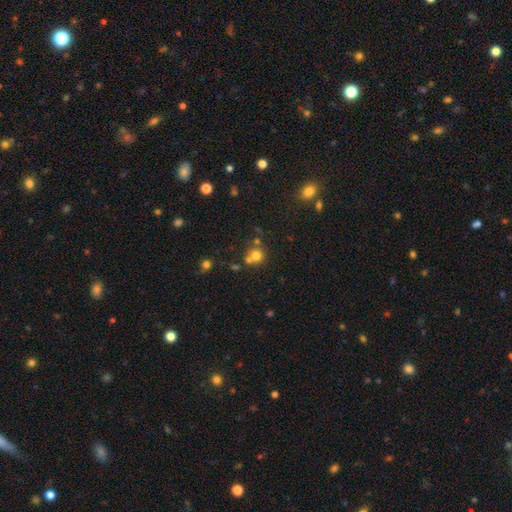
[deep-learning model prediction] A smooth galaxy with no disk features (72%) that is round (89%).

Vote fractions:
- Smooth or featured? smooth: 72% / star or artifact: 16% / featured or disk: 12%
- How rounded? round: 89% / in between: 10% / cigar-shaped: 1%
- Merging? none: 54% / merger: 34% / minor disturbance: 8% / major disturbance: 4%